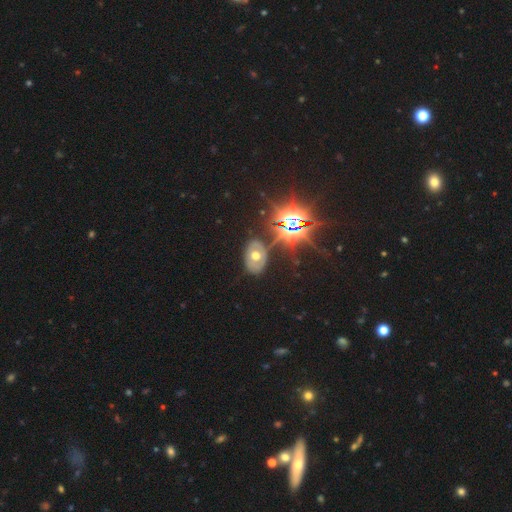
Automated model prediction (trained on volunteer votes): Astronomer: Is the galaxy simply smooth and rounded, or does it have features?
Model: featured or disk — 39% (runner-up: smooth, 34%).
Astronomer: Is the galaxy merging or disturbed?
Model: none — 74%.